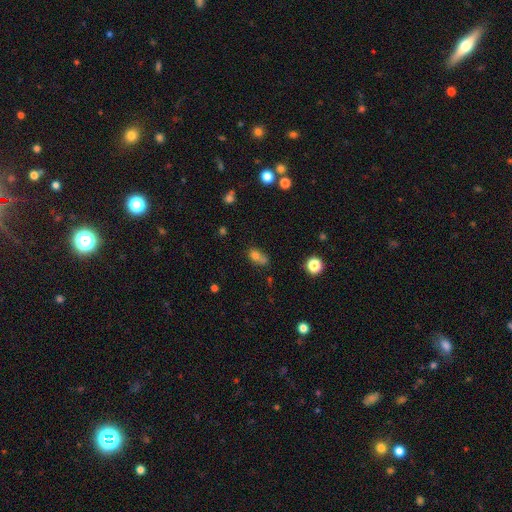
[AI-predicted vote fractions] A smooth galaxy with no disk features (71%) that is in between round and cigar-shaped (64%).

Vote fractions:
- Smooth or featured? smooth: 71% / star or artifact: 15% / featured or disk: 14%
- How rounded? in between: 64% / round: 30% / cigar-shaped: 6%
- Merging? none: 34% / merger: 29% / minor disturbance: 23% / major disturbance: 14%